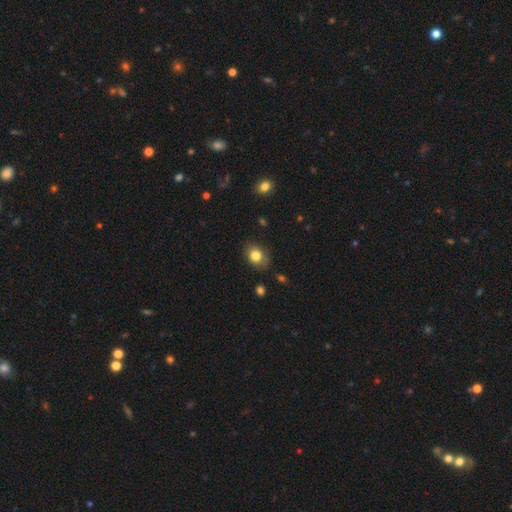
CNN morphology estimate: A smooth galaxy with no disk features (81%) that is in between round and cigar-shaped (60%). Merging: none (78%).